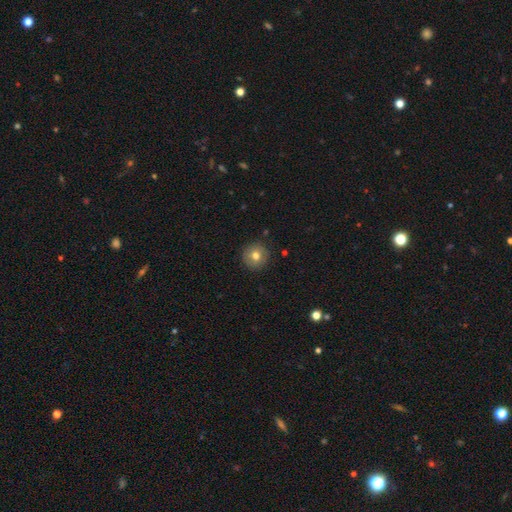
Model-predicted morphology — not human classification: smooth_or_featured: smooth (p=0.75) [alt: featured or disk p=0.15]
how_rounded: round (p=0.95) [alt: in between p=0.04]
merging: none (p=0.90) [alt: minor disturbance p=0.07]